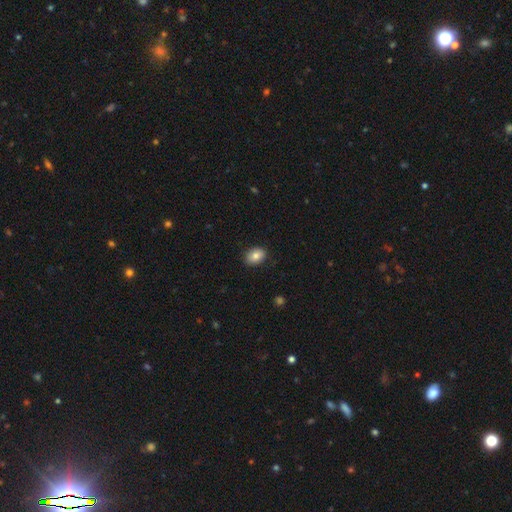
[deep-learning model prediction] Morphology: type=smooth (83%); roundness=in between (75%); merging=none (88%).